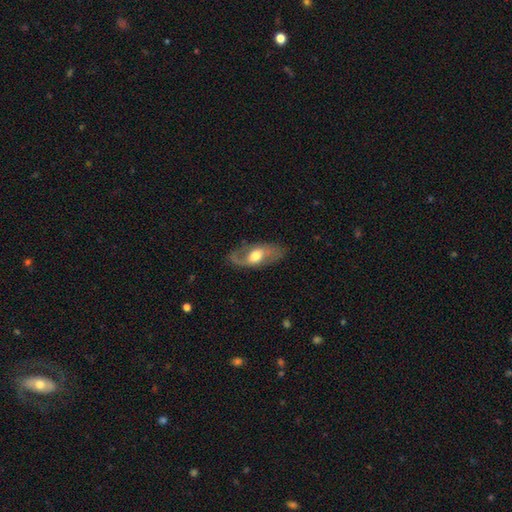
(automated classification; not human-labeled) Overall: featured or disk (69%). Edge-on disk: no (88%). Bar: no (52%; weak 35%). Spiral arms: yes (73%). Bulge size: moderate (65%). Merging: none (73%).